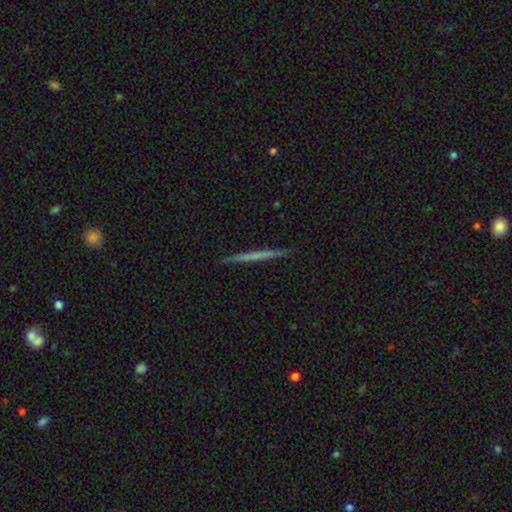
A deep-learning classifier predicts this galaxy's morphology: This appears to be a featured or disk galaxy (50%). Merging: none (92%).